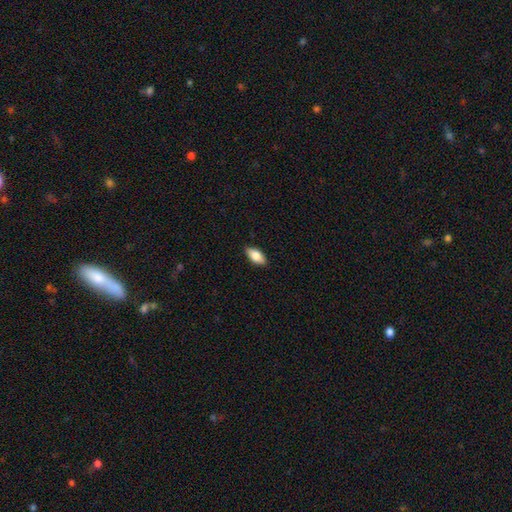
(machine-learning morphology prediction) Smooth or featured? Predicted: smooth (p=0.80). How rounded? Predicted: in between (p=0.89). Merging? Predicted: none (p=0.88).